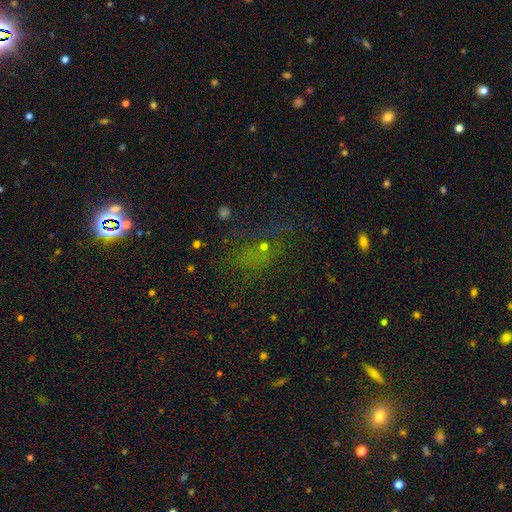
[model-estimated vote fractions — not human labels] Smooth or featured?
  - star or artifact: 49% *
  - smooth: 34%
  - featured or disk: 18%